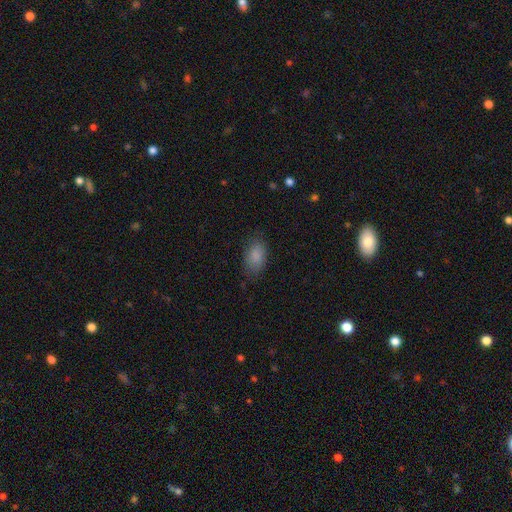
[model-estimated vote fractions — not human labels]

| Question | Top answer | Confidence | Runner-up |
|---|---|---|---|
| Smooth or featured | smooth | 87% | star or artifact (8%) |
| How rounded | in between | 92% | round (6%) |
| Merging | none | 78% | minor disturbance (16%) |